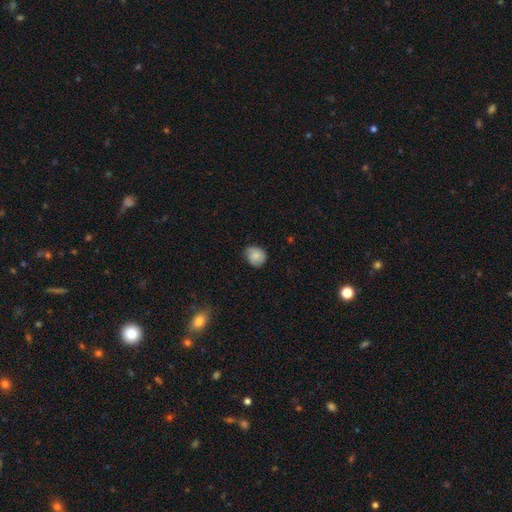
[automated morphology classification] Smooth or featured?
  - smooth: 78% *
  - featured or disk: 15%
  - star or artifact: 8%
How rounded?
  - round: 71% *
  - in between: 28%
  - cigar-shaped: 1%
Merging?
  - none: 63% *
  - minor disturbance: 31%
  - major disturbance: 5%
  - merger: 1%